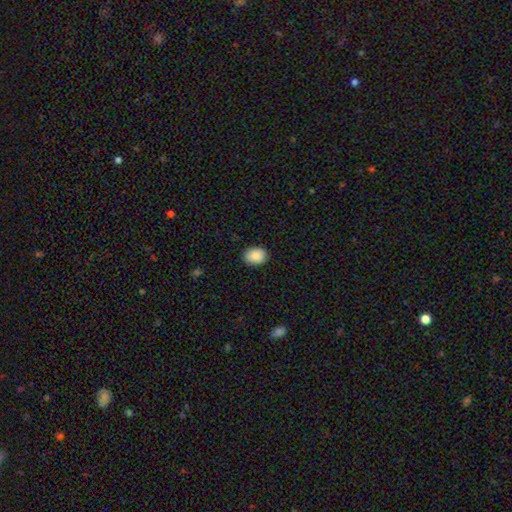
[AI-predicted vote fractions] This appears to be a smooth galaxy with no disk features (89%) that is in between round and cigar-shaped (63%). Merging: none (88%).